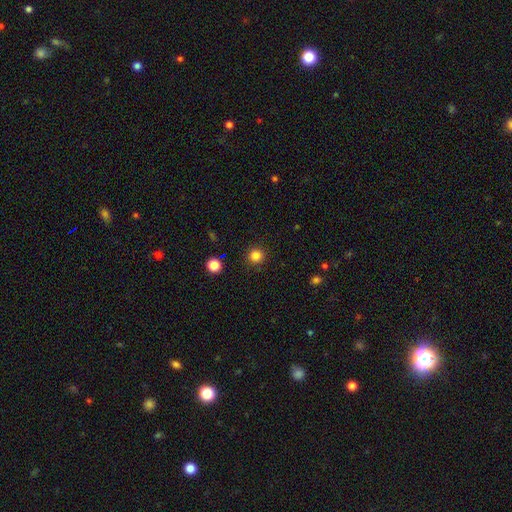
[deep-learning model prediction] Smooth or featured? Predicted: smooth (p=0.84). How rounded? Predicted: round (p=0.95). Merging? Predicted: none (p=0.91).